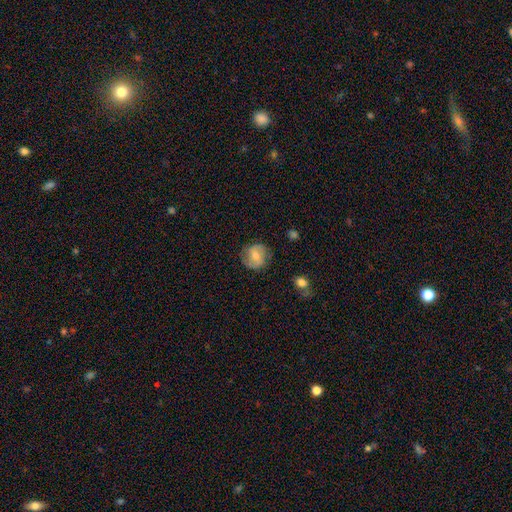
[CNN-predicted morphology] A featured or disk galaxy (56%) with no bar (48%), spiral arms (83%) and a moderate central bulge (62%).

Vote fractions:
- Smooth or featured? featured or disk: 56% / smooth: 36% / star or artifact: 9%
- Edge-on disk? no: 97% / yes: 3%
- Bar? no: 48% / weak: 39% / strong: 13%
- Spiral arms? yes: 83% / no: 17%
- Bulge size? moderate: 62% / small: 33% / large: 3% / none: 2% / dominant: 1%
- Merging? none: 80% / minor disturbance: 14% / major disturbance: 4% / merger: 1%